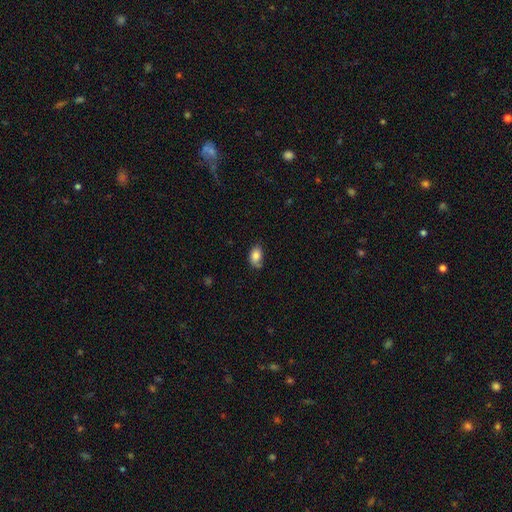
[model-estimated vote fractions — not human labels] Smooth or featured?
  - smooth: 82% *
  - featured or disk: 10%
  - star or artifact: 8%
How rounded?
  - in between: 87% *
  - round: 11%
  - cigar-shaped: 2%
Merging?
  - none: 56% *
  - minor disturbance: 33%
  - major disturbance: 8%
  - merger: 3%